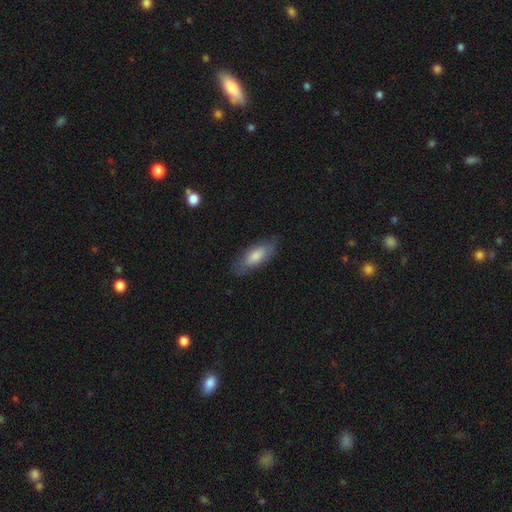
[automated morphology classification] Overall: smooth (71%). How rounded: in between (75%). Merging: none (78%).